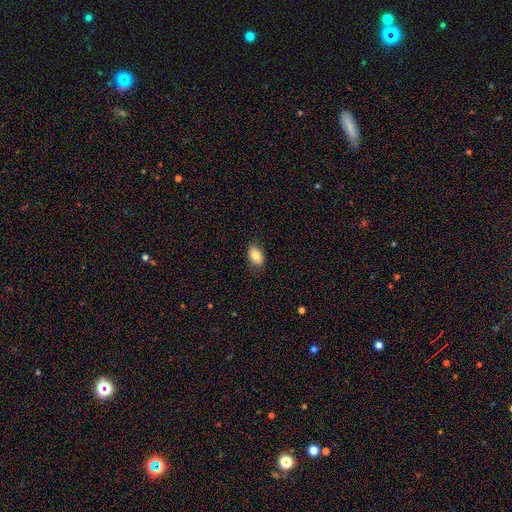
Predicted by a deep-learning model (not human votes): Smooth or featured: smooth — 84% (featured or disk — 9%)
How rounded: in between — 88% (round — 10%)
Merging: none — 83% (minor disturbance — 13%)